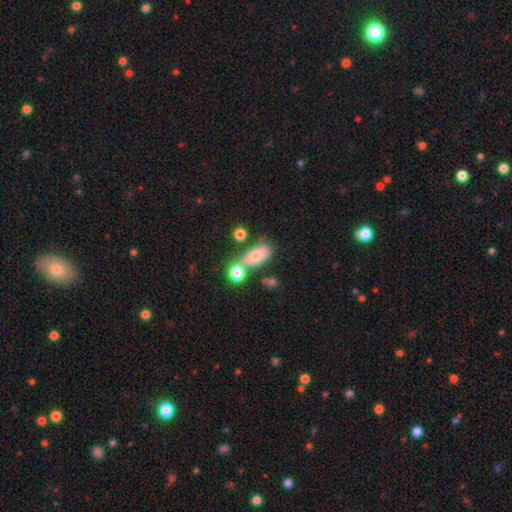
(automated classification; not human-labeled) This is likely a smooth galaxy (68%). How rounded: likely in between (80%). Merging: possibly none (48%).